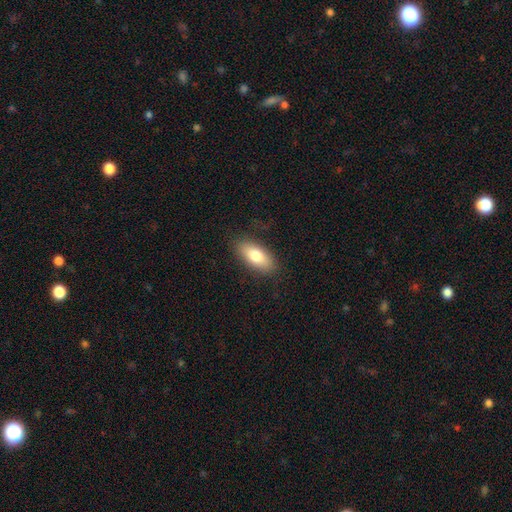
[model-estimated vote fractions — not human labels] smooth_or_featured: smooth (p=0.78) [alt: featured or disk p=0.16]
how_rounded: in between (p=0.84) [alt: cigar-shaped p=0.13]
merging: none (p=0.86) [alt: minor disturbance p=0.11]